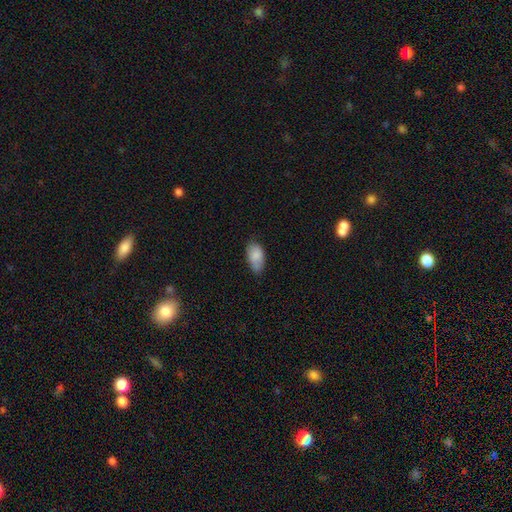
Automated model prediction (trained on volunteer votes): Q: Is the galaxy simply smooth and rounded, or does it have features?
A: smooth — 86%.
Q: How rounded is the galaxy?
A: in between — 94%.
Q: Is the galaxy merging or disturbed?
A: none — 73%.